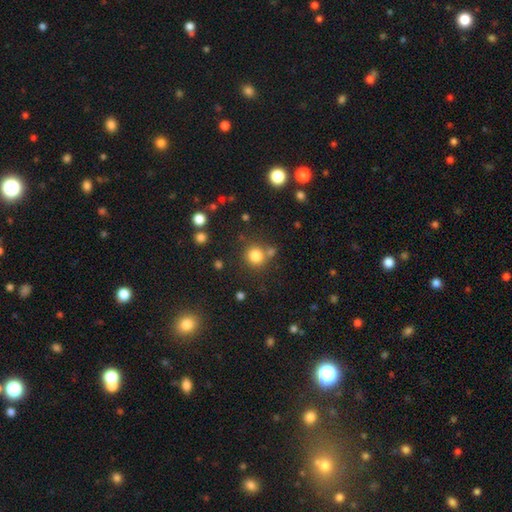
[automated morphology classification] A smooth galaxy with no disk features (81%) that is round (90%).

Vote fractions:
- Smooth or featured? smooth: 81% / star or artifact: 13% / featured or disk: 6%
- How rounded? round: 90% / in between: 9% / cigar-shaped: 1%
- Merging? none: 72% / merger: 15% / minor disturbance: 10% / major disturbance: 4%